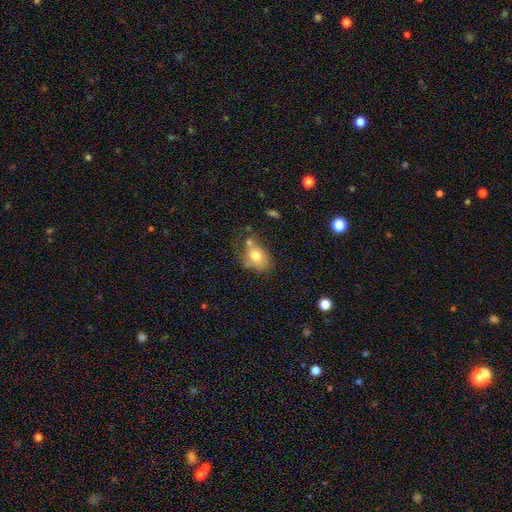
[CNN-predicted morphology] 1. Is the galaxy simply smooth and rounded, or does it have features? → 70% smooth, 21% featured or disk, 9% star or artifact.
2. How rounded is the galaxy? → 71% in between, 28% round, 1% cigar-shaped.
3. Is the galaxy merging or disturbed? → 42% none, 27% minor disturbance, 18% merger, 13% major disturbance.